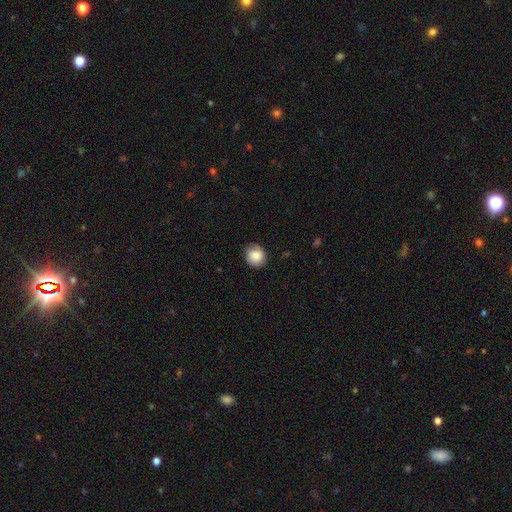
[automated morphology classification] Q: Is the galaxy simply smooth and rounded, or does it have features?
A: smooth — 76%.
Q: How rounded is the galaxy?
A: round — 80%.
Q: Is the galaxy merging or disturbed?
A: none — 78%.